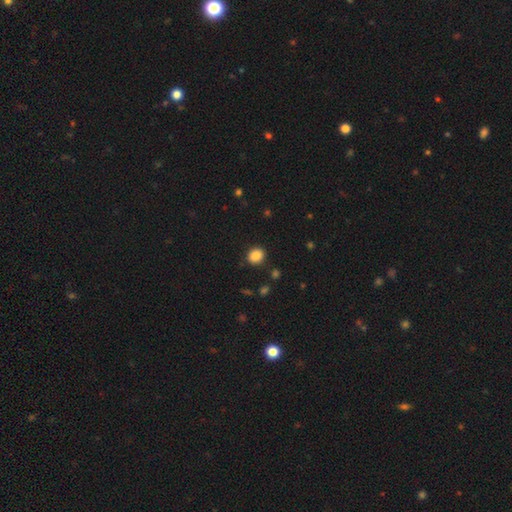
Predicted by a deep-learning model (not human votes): Overall: smooth (87%). How rounded: round (61%; in between 38%). Merging: none (88%).